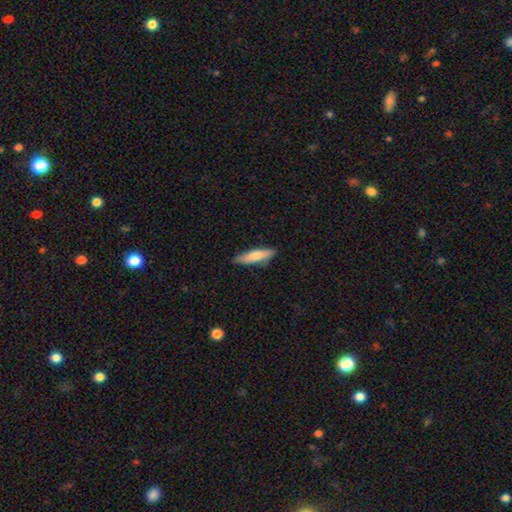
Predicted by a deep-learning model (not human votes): Smooth or featured: smooth — 77% (featured or disk — 17%)
How rounded: cigar-shaped — 77% (in between — 22%)
Merging: none — 85% (minor disturbance — 12%)